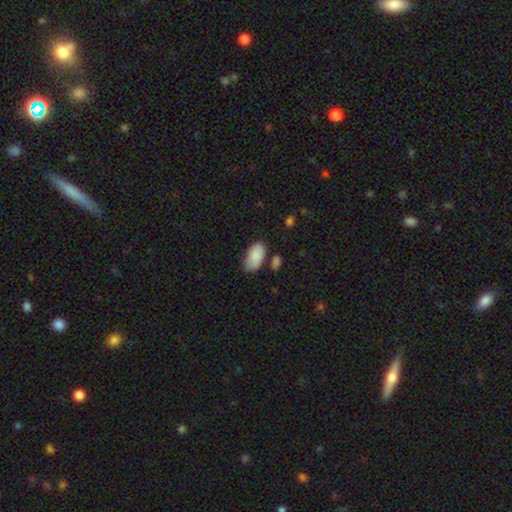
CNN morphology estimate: A smooth galaxy with no disk features (88%) that is in between round and cigar-shaped (95%).

Vote fractions:
- Smooth or featured? smooth: 88% / star or artifact: 6% / featured or disk: 6%
- How rounded? in between: 95% / round: 3% / cigar-shaped: 2%
- Merging? none: 65% / minor disturbance: 23% / merger: 7% / major disturbance: 5%